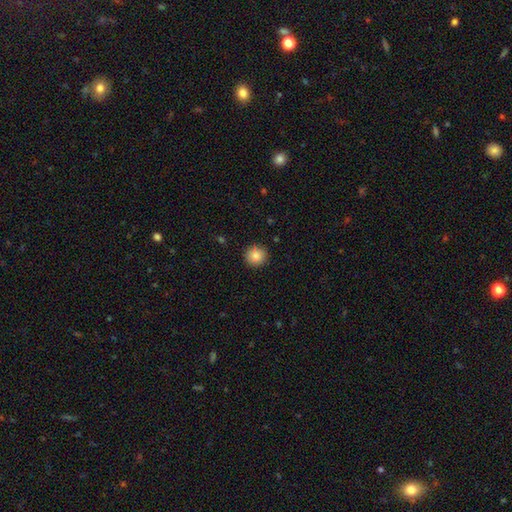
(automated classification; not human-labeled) Q: Smooth or featured?
A: smooth (84%); runner-up: star or artifact (9%)
Q: How rounded?
A: round (93%); runner-up: in between (6%)
Q: Merging?
A: none (91%); runner-up: minor disturbance (6%)